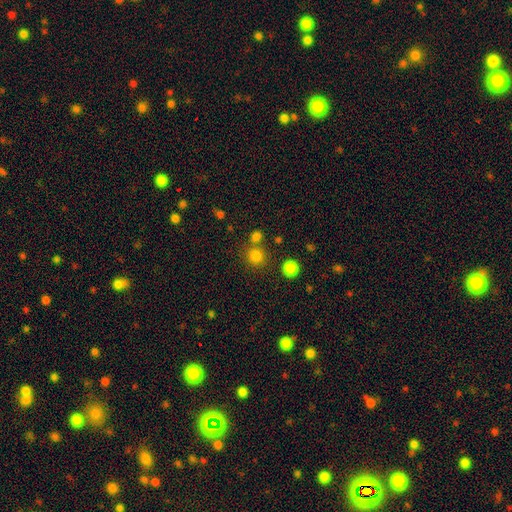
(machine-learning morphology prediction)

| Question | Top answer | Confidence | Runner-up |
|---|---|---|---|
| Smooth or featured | smooth | 80% | star or artifact (16%) |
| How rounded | round | 90% | in between (9%) |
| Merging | none | 75% | merger (15%) |